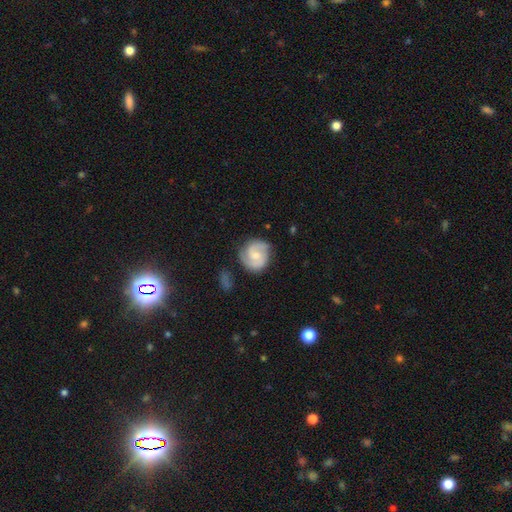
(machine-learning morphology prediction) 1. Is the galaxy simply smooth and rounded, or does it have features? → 73% featured or disk, 22% smooth, 6% star or artifact.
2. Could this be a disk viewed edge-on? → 98% no, 2% yes.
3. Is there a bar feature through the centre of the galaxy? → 52% no, 41% weak, 7% strong.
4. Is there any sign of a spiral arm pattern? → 95% yes, 5% no.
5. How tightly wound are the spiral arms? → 47% medium, 39% tight, 15% loose.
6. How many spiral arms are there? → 83% 2, 7% can't tell, 5% 3, 3% 1, 1% 4, 1% more than 4.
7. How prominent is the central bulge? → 46% small, 44% moderate, 6% none, 3% large, 1% dominant.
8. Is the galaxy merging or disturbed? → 75% none, 17% minor disturbance, 5% major disturbance, 2% merger.